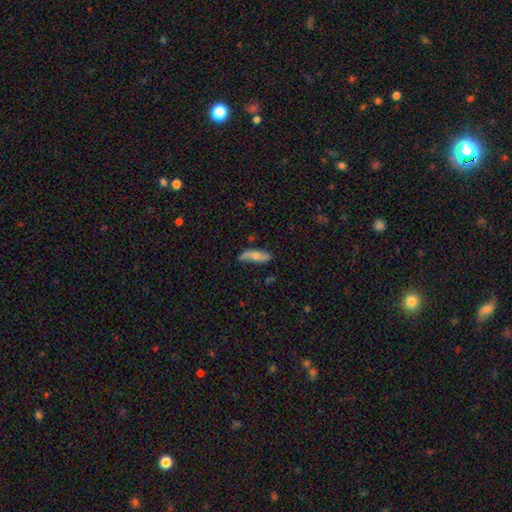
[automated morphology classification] Smooth or featured? Predicted: smooth (p=0.58). How rounded? Predicted: cigar-shaped (p=0.50). Merging? Predicted: none (p=0.69).